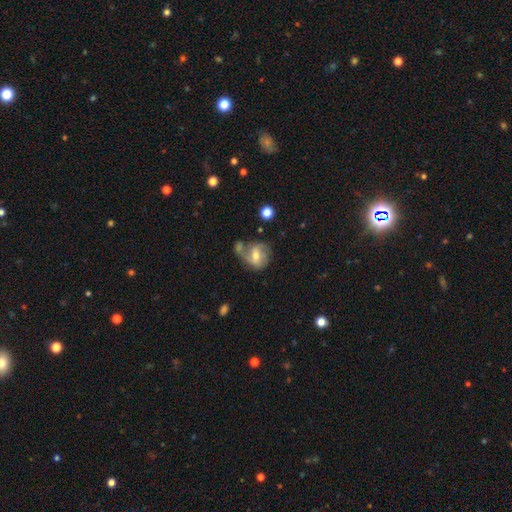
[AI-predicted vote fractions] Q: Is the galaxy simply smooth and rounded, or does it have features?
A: featured or disk — 59%.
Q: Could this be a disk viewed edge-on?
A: no — 96%.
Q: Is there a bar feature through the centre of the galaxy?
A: weak — 50%.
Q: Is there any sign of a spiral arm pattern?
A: yes — 78%.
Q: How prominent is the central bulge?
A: moderate — 58%.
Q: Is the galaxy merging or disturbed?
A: none — 38%.